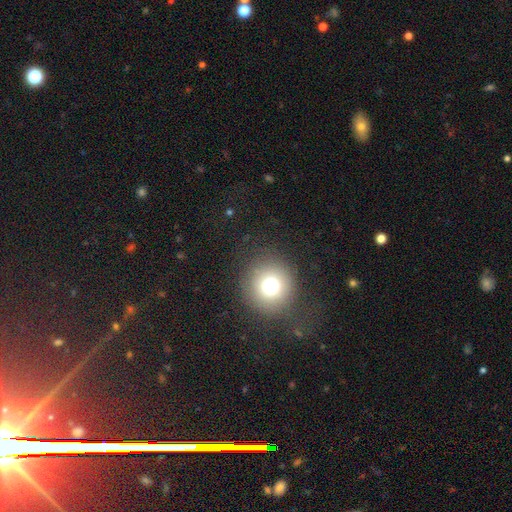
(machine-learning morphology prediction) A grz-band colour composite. It shows a smooth galaxy with no disk features (65%) that is round (90%). Merging: none (84%).